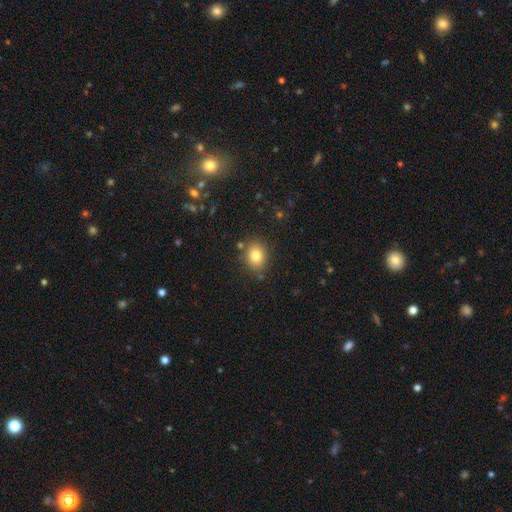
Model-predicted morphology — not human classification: type=smooth (80%); roundness=round (54%); merging=none (81%).